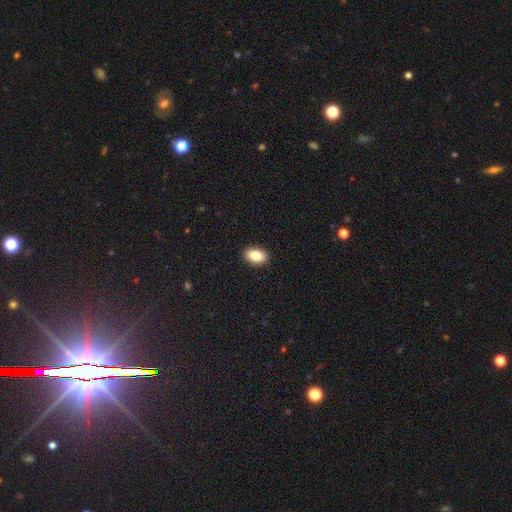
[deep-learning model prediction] A smooth galaxy with no disk features (84%) that is in between round and cigar-shaped (89%). Merging: none (91%).